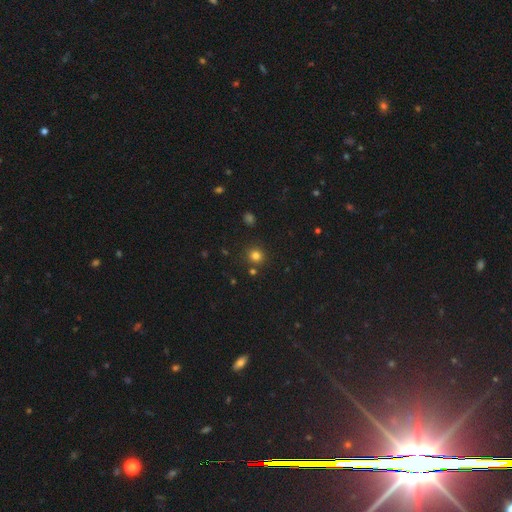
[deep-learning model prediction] smooth 78%, star or artifact 16%, featured or disk 5%. Down the decision tree: how rounded — round (91%); merging — none (83%).